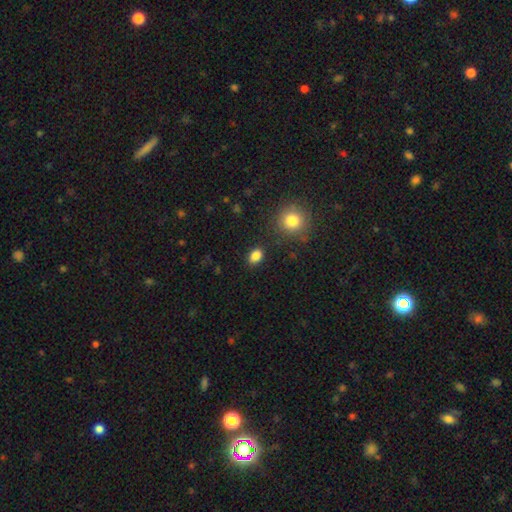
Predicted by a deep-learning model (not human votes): This is clearly a smooth galaxy (85%). How rounded: likely in between (69%). Merging: clearly none (86%).